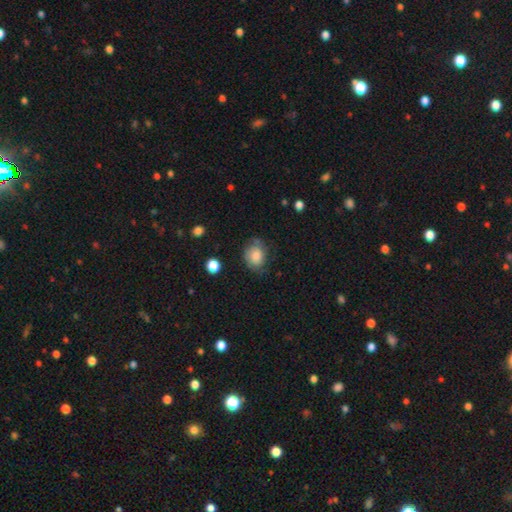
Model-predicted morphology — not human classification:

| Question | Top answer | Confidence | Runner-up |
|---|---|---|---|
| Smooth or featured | smooth | 66% | featured or disk (25%) |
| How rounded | in between | 54% | round (45%) |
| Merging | none | 61% | minor disturbance (27%) |